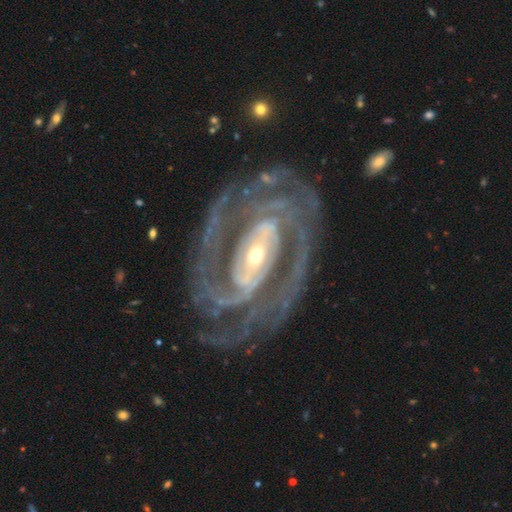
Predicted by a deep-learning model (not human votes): The model was most divided on "bar": strong: 45%, weak: 31%, no: 23%. Remaining: spiral arms — yes (97%); edge-on disk — no (96%); smooth or featured — featured or disk (93%); merging — none (70%); spiral winding — tight (56%); bulge size — small (54%); spiral arm count — 2 (48%).